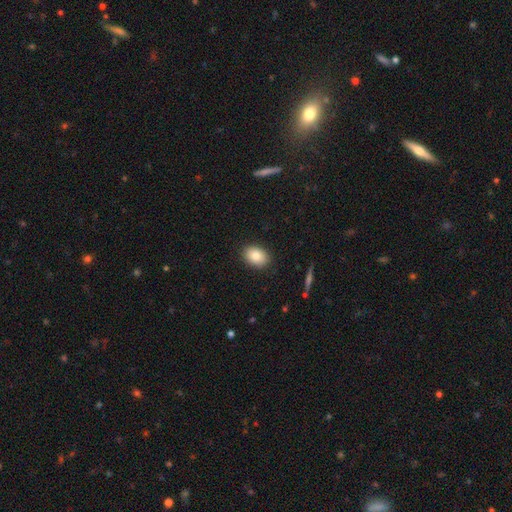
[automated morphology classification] Smooth or featured? smooth (82%)
How rounded? in between (76%)
Merging? none (88%)